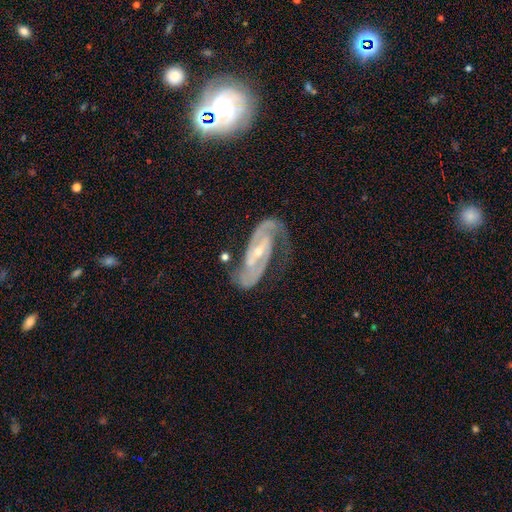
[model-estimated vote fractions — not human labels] featured or disk 88%, star or artifact 7%, smooth 5%. Down the decision tree: edge-on disk — no (95%); bar — weak (36%); spiral arms — yes (97%); spiral arm count — 2 (82%); spiral winding — medium (46%); bulge size — small (65%); merging — none (67%).